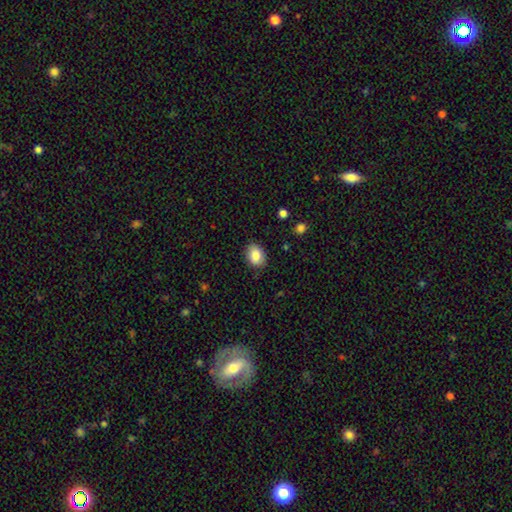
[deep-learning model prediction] A smooth galaxy with no disk features (86%) that is in between round and cigar-shaped (68%). Merging: none (85%).